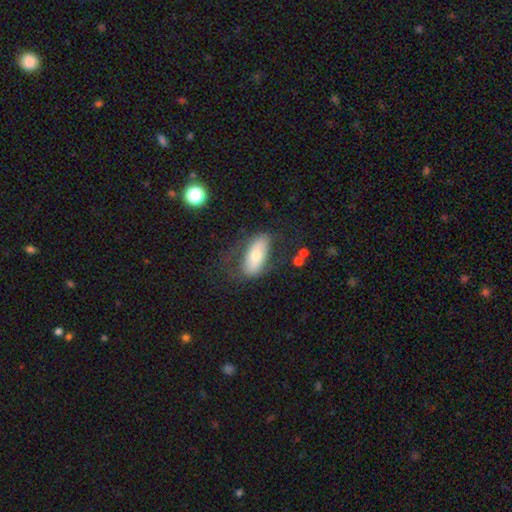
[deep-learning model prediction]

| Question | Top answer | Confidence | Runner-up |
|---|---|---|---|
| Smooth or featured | smooth | 61% | featured or disk (32%) |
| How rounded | in between | 83% | cigar-shaped (14%) |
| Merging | none | 59% | minor disturbance (22%) |